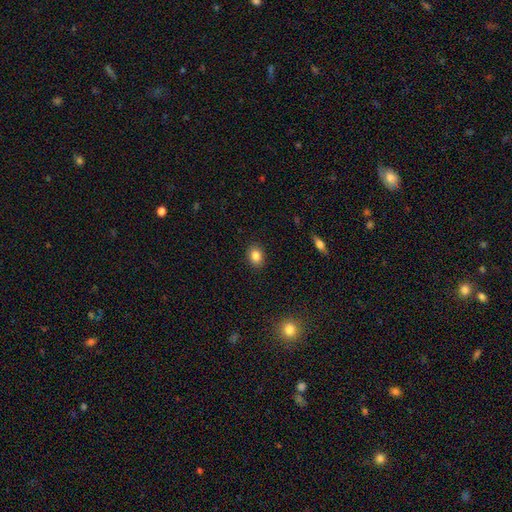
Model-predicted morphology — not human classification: smooth-or-featured: smooth: 85% | star or artifact: 10% | featured or disk: 6%
  how-rounded: in between: 56% | round: 43% | cigar-shaped: 1%
  merging: none: 89% | minor disturbance: 8% | major disturbance: 2% | merger: 1%